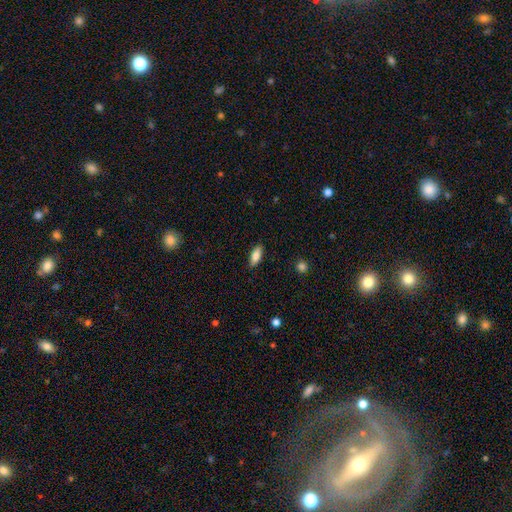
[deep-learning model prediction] smooth-or-featured: smooth: 80% | featured or disk: 13% | star or artifact: 7%
  how-rounded: in between: 77% | cigar-shaped: 21% | round: 2%
  merging: none: 88% | minor disturbance: 9% | major disturbance: 2% | merger: 1%